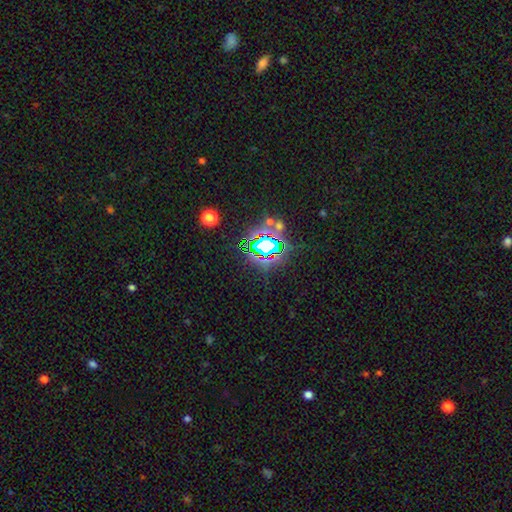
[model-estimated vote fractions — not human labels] star or artifact 79%, smooth 13%, featured or disk 9%.